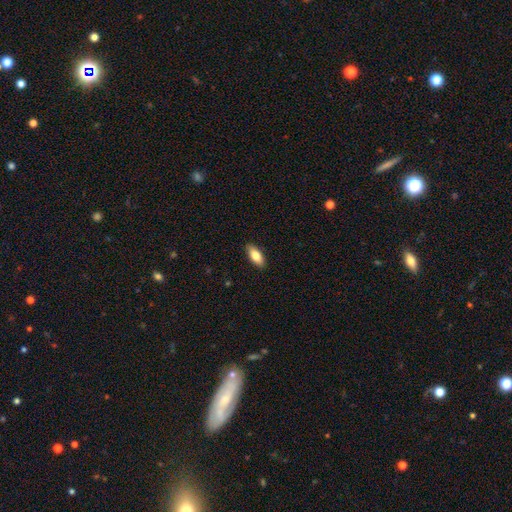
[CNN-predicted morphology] Overall: smooth (81%). How rounded: in between (84%). Merging: none (88%).